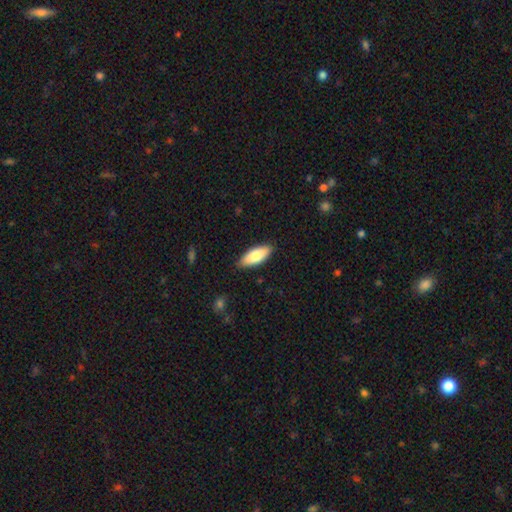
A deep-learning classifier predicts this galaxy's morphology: Smooth or featured? smooth (81%)
How rounded? in between (76%)
Merging? none (87%)